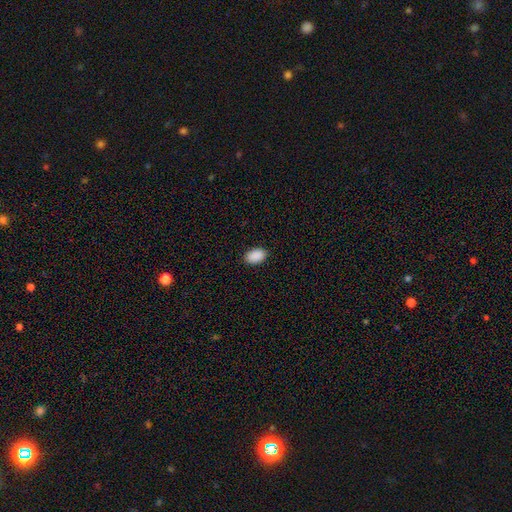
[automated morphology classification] type=smooth (91%); roundness=in between (89%); merging=none (89%).